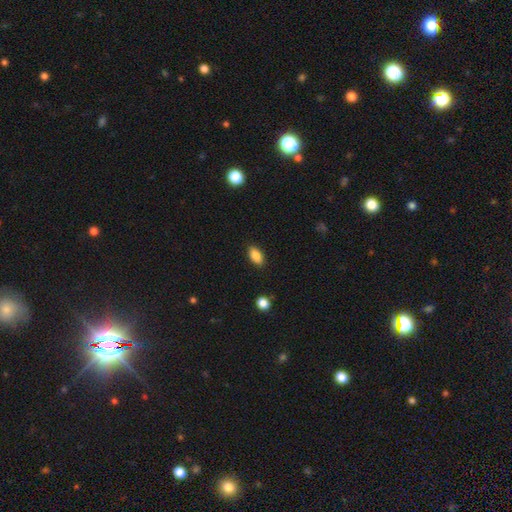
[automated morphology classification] This appears to be a smooth galaxy with no disk features (87%) that is in between round and cigar-shaped (90%). Merging: none (88%).